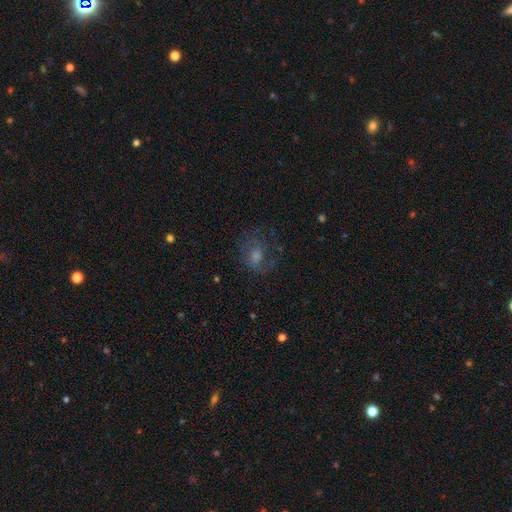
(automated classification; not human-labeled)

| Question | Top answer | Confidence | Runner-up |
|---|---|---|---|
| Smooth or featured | smooth | 43% | featured or disk (42%) |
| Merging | none | 51% | major disturbance (26%) |